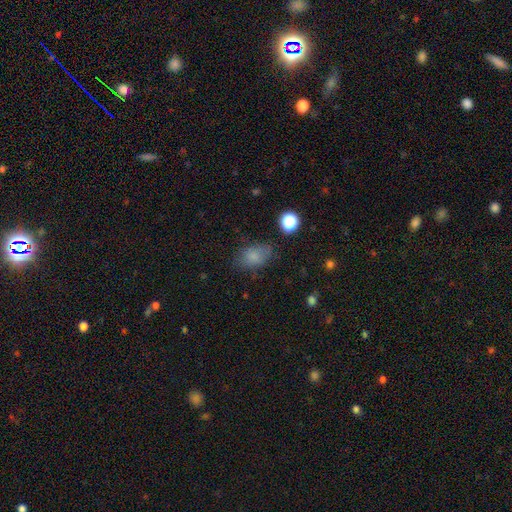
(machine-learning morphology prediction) smooth 80%, star or artifact 12%, featured or disk 8%. Down the decision tree: how rounded — in between (82%); merging — none (68%).